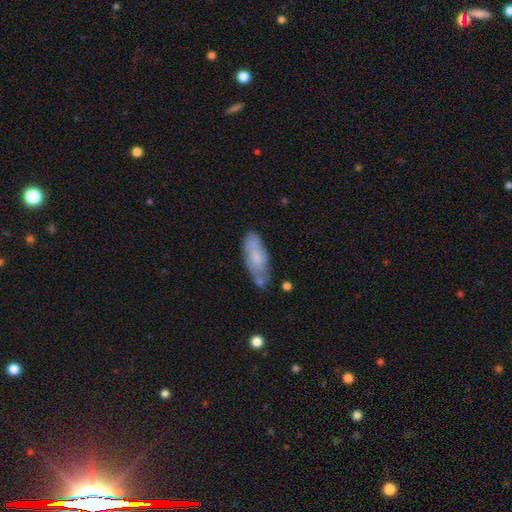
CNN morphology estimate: This is possibly a smooth galaxy (50%). Merging: possibly none (55%).